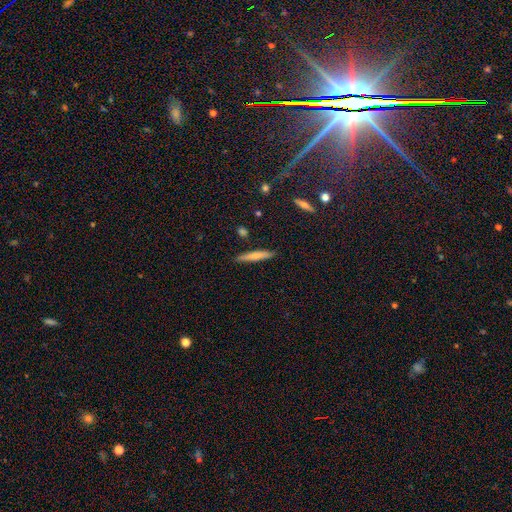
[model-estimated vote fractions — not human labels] This is likely a smooth galaxy (69%). How rounded: clearly cigar-shaped (93%). Merging: clearly none (88%).